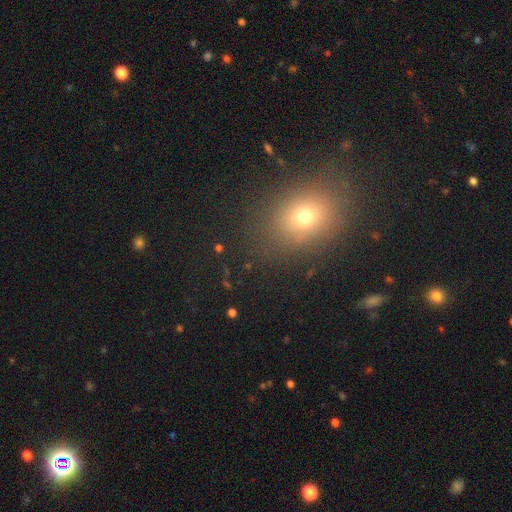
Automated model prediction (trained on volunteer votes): Smooth or featured?
  - smooth: 62% *
  - star or artifact: 29%
  - featured or disk: 9%
How rounded?
  - in between: 57% *
  - round: 41%
  - cigar-shaped: 2%
Merging?
  - none: 88% *
  - minor disturbance: 8%
  - major disturbance: 3%
  - merger: 2%